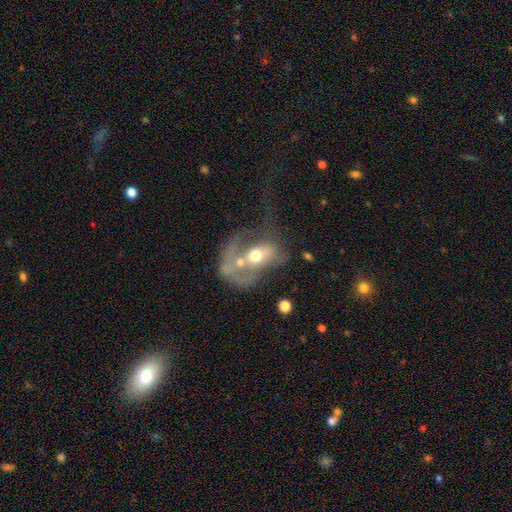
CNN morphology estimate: Smooth or featured?
  - featured or disk: 49% *
  - smooth: 41%
  - star or artifact: 10%
Merging?
  - merger: 48% *
  - major disturbance: 33%
  - none: 11%
  - minor disturbance: 8%